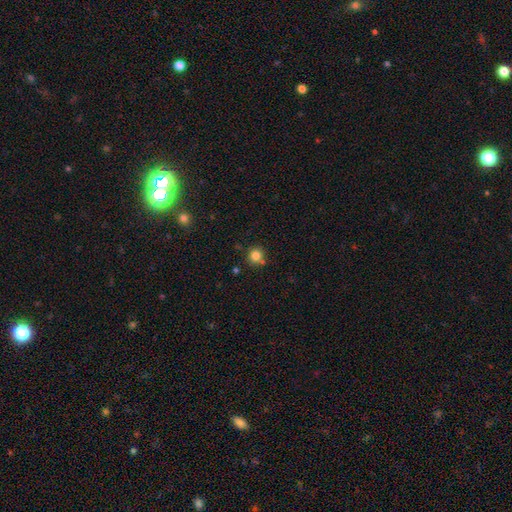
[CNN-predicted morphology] smooth_or_featured: smooth (p=0.82) [alt: star or artifact p=0.12]
how_rounded: round (p=0.92) [alt: in between p=0.07]
merging: none (p=0.78) [alt: merger p=0.10]